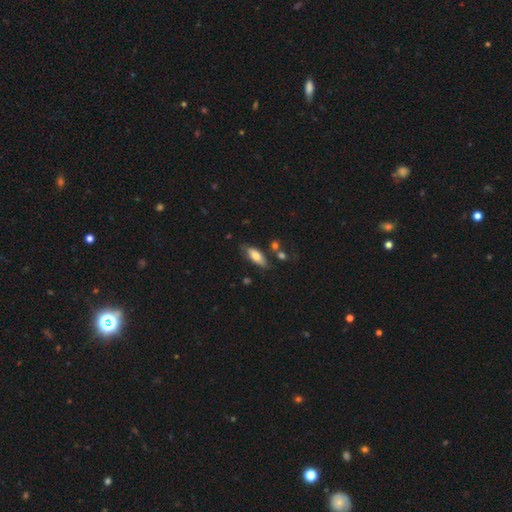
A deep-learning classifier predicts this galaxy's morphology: smooth-or-featured: smooth: 74% | featured or disk: 20% | star or artifact: 6%
  how-rounded: in between: 70% | cigar-shaped: 27% | round: 2%
  merging: none: 70% | minor disturbance: 19% | merger: 6% | major disturbance: 4%